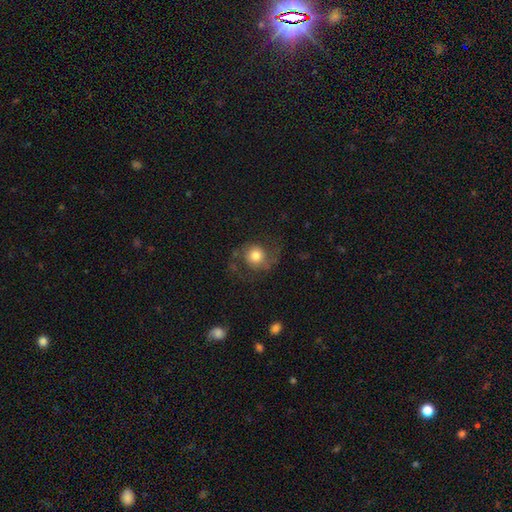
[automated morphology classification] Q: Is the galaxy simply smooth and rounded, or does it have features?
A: featured or disk — 50%.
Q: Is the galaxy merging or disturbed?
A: none — 62%.